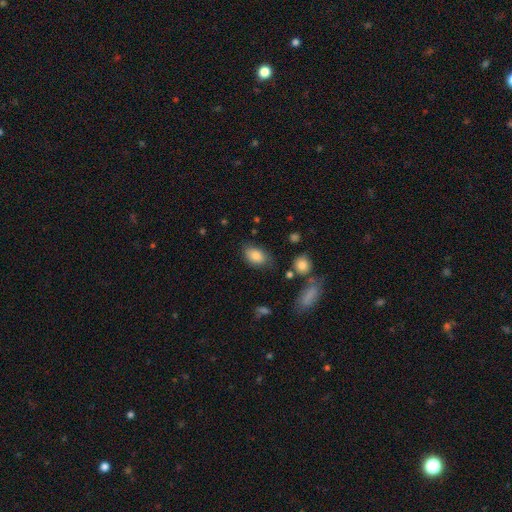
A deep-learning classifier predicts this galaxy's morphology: smooth_or_featured: smooth (p=0.83) [alt: featured or disk p=0.08]
how_rounded: in between (p=0.88) [alt: round p=0.11]
merging: none (p=0.74) [alt: minor disturbance p=0.18]